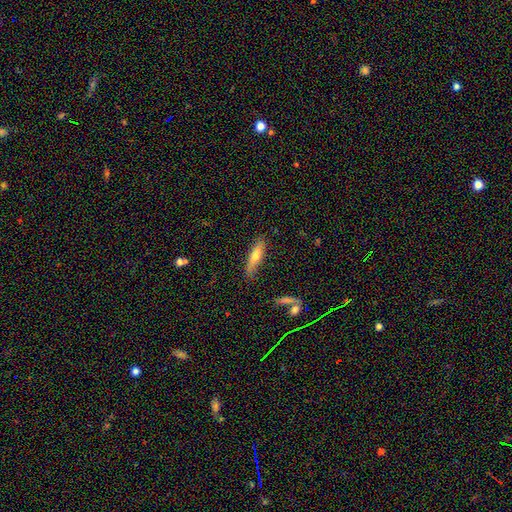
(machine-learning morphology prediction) Smooth or featured?
  - smooth: 57% *
  - featured or disk: 36%
  - star or artifact: 7%
How rounded?
  - cigar-shaped: 78% *
  - in between: 20%
  - round: 2%
Merging?
  - none: 81% *
  - minor disturbance: 14%
  - major disturbance: 3%
  - merger: 3%